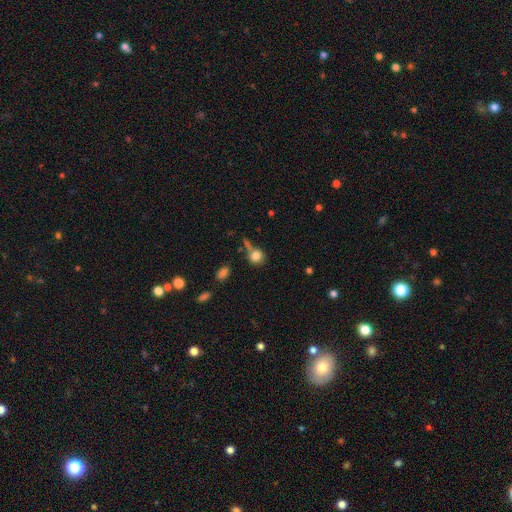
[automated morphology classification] The model was most divided on "merging": none: 56%, merger: 18%, minor disturbance: 17%, major disturbance: 9%. More confident: smooth or featured — smooth (81%); how rounded — round (81%).